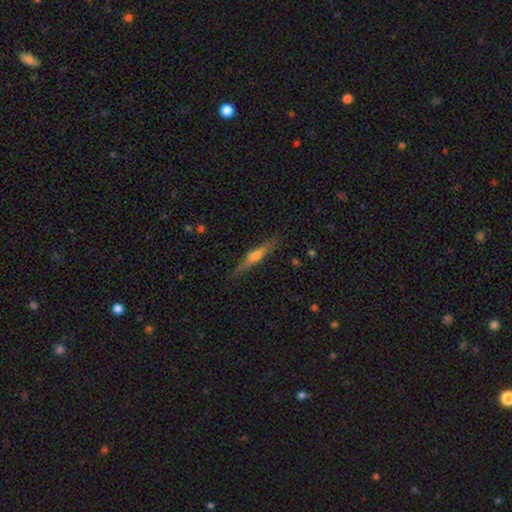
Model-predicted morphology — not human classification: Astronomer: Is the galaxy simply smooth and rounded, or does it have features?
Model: featured or disk — 62%.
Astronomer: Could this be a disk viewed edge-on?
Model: yes — 96%.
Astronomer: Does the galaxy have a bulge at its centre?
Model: rounded — 78%.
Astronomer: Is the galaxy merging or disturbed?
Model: none — 86%.